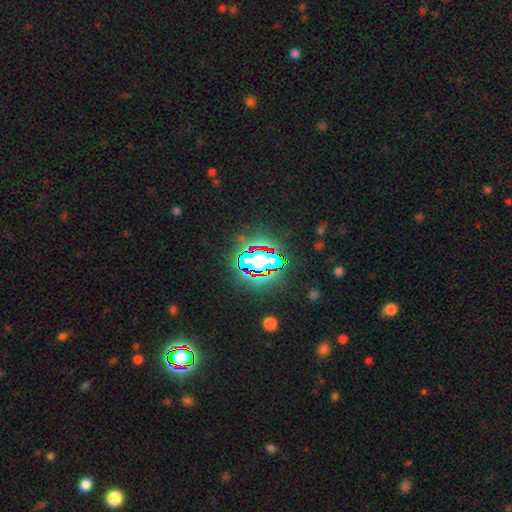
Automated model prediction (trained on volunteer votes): A star or artifact, not a galaxy (85%).

Vote fractions:
- Smooth or featured? star or artifact: 85% / smooth: 9% / featured or disk: 7%